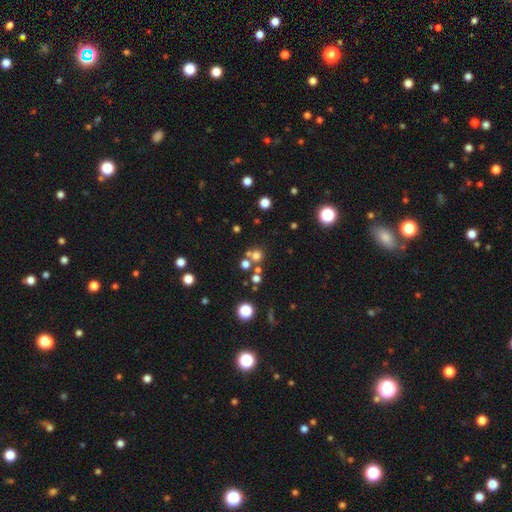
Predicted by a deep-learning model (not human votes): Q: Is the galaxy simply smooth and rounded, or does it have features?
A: smooth — 66%.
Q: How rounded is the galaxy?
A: round — 91%.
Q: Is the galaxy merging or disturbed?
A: none — 68%.